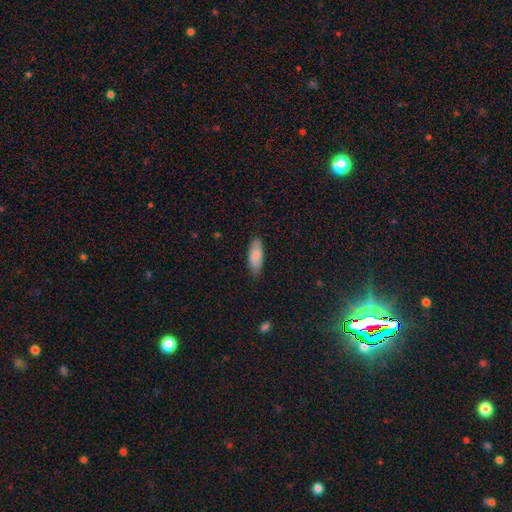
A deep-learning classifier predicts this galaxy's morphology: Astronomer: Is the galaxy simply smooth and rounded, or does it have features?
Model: smooth — 82%.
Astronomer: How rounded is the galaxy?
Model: in between — 76%.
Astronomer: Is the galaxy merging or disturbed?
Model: none — 80%.